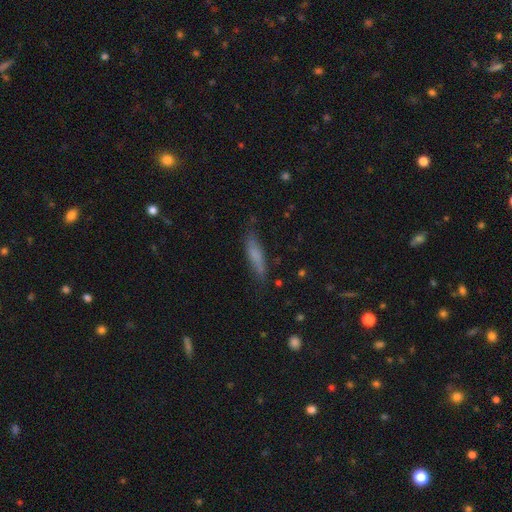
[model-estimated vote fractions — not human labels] Smooth or featured: smooth — 66% (featured or disk — 25%)
How rounded: cigar-shaped — 79% (in between — 19%)
Merging: none — 71% (minor disturbance — 22%)